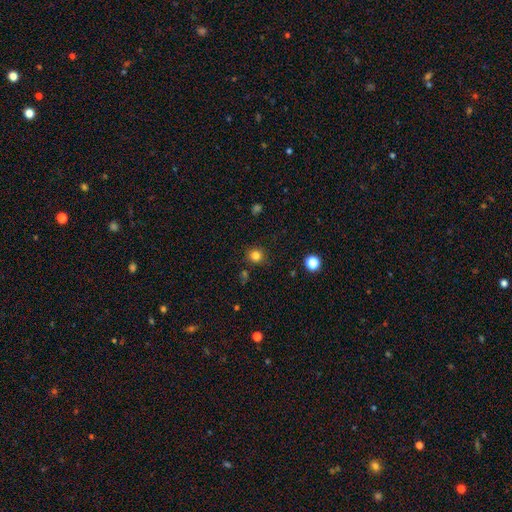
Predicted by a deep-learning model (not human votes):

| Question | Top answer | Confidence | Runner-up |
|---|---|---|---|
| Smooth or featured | smooth | 81% | star or artifact (14%) |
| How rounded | round | 91% | in between (8%) |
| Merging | none | 86% | minor disturbance (9%) |